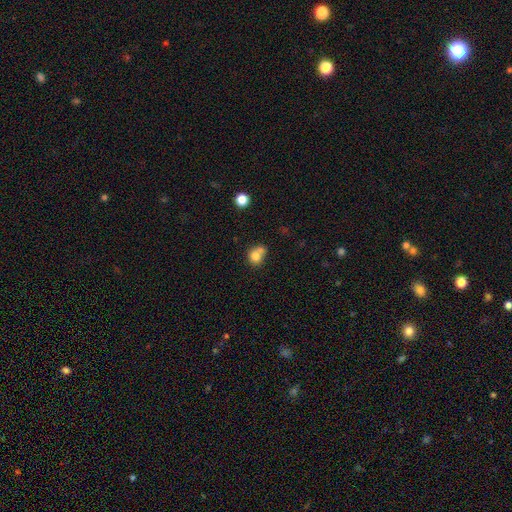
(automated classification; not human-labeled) The model was most divided on "merging": merger: 44%, none: 38%, minor disturbance: 13%, major disturbance: 5%. More confident: smooth or featured — smooth (78%); how rounded — round (75%).